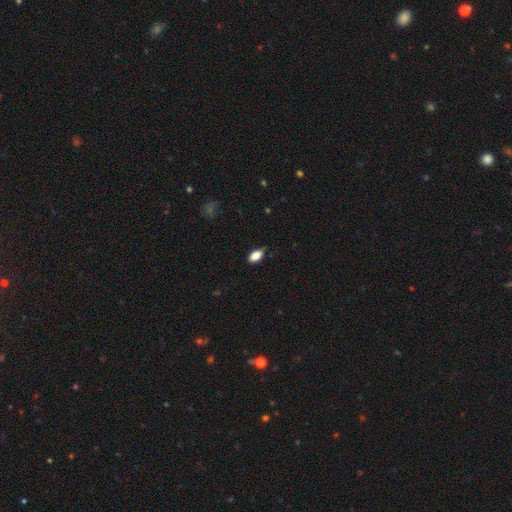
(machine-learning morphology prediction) Overall: smooth (83%). How rounded: in between (89%). Merging: none (75%).